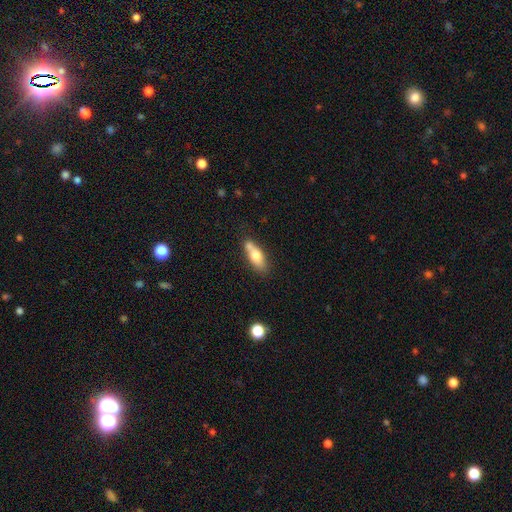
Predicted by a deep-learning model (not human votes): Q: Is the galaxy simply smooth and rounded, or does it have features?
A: smooth — 69%.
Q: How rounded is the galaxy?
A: in between — 65%.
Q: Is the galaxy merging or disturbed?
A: none — 55%.